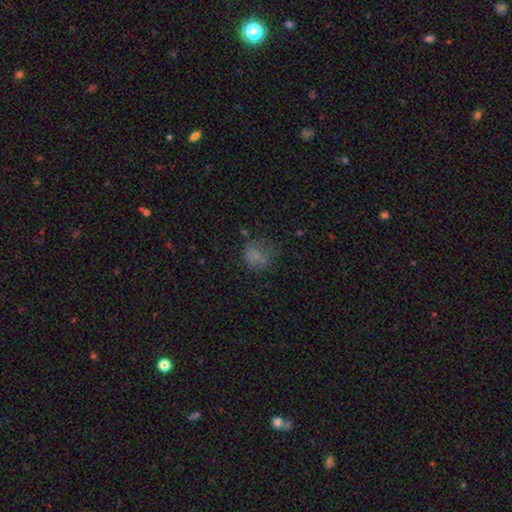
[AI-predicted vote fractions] A smooth galaxy with no disk features (72%) that is round (57%). Merging: none (53%).